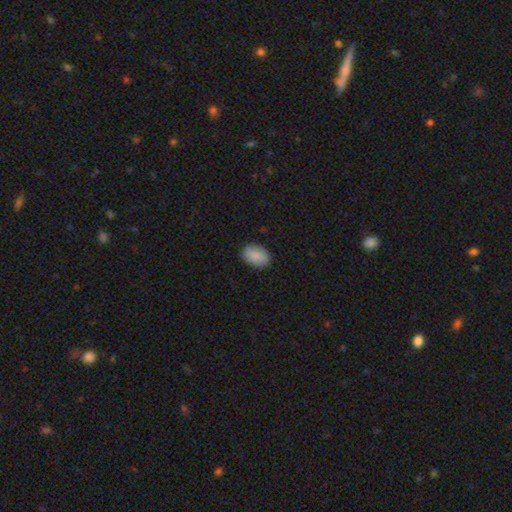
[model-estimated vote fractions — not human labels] This appears to be a smooth galaxy with no disk features (86%) that is in between round and cigar-shaped (84%). Merging: none (85%).